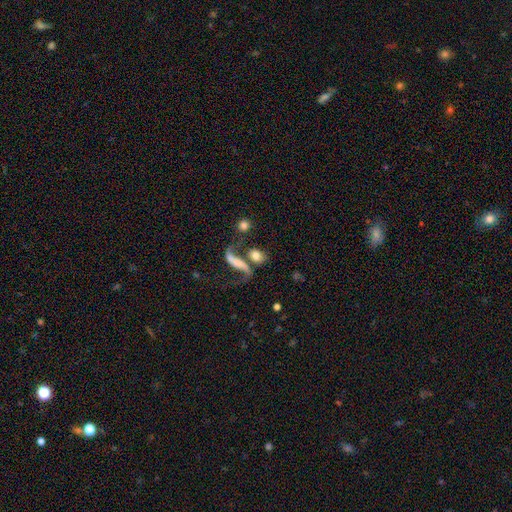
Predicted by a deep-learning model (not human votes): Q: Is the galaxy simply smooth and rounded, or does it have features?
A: featured or disk — 48%.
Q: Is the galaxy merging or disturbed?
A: none — 44%.